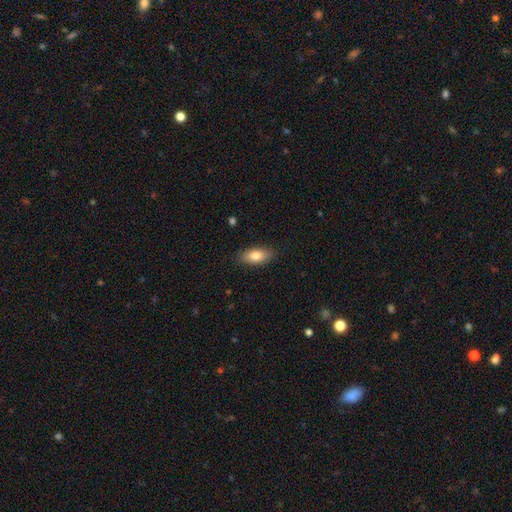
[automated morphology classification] smooth_or_featured: smooth (p=0.82) [alt: featured or disk p=0.11]
how_rounded: in between (p=0.87) [alt: cigar-shaped p=0.10]
merging: none (p=0.87) [alt: minor disturbance p=0.10]